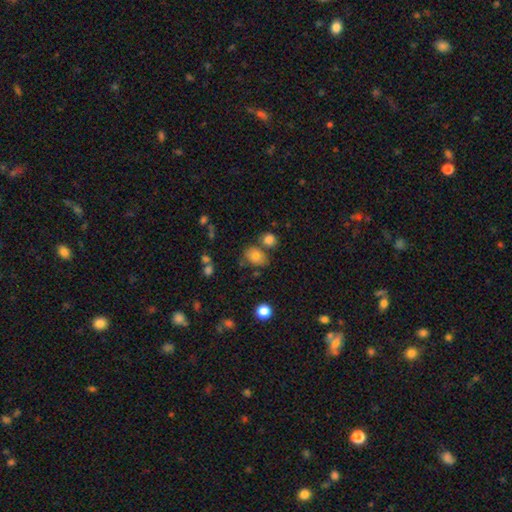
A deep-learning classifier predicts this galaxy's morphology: Smooth or featured? Predicted: smooth (p=0.79). How rounded? Predicted: in between (p=0.63). Merging? Predicted: none (p=0.58).